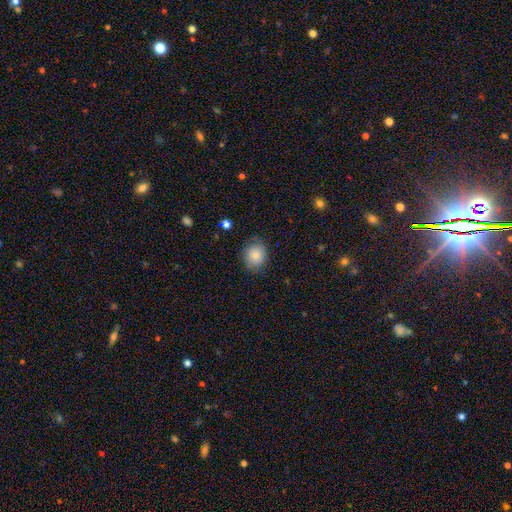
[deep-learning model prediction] smooth-or-featured: smooth: 83% | featured or disk: 9% | star or artifact: 9%
  how-rounded: round: 65% | in between: 35% | cigar-shaped: 1%
  merging: none: 75% | minor disturbance: 19% | major disturbance: 5% | merger: 1%